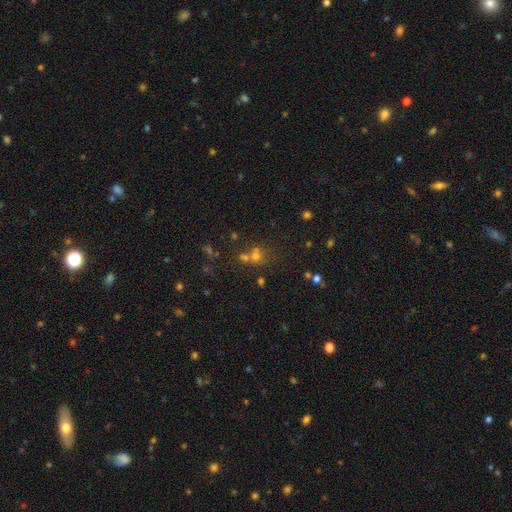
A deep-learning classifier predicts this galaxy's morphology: Q: Smooth or featured?
A: smooth (56%); runner-up: star or artifact (30%)
Q: How rounded?
A: round (78%); runner-up: in between (21%)
Q: Merging?
A: none (45%); runner-up: merger (41%)